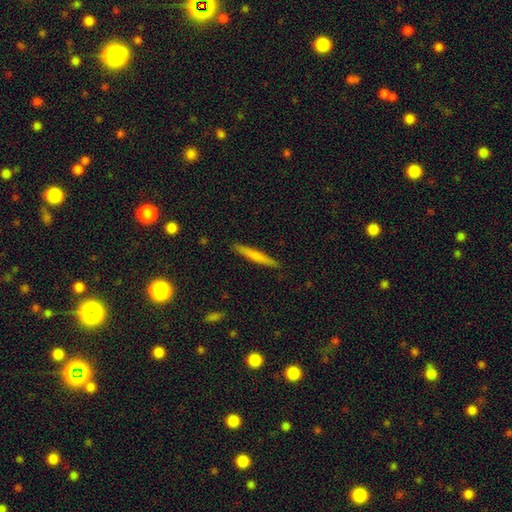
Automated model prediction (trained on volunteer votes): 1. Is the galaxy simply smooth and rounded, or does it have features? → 68% smooth, 26% featured or disk, 6% star or artifact.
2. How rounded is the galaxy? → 95% cigar-shaped, 3% in between, 1% round.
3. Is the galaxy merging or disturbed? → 91% none, 7% minor disturbance, 1% major disturbance, 1% merger.